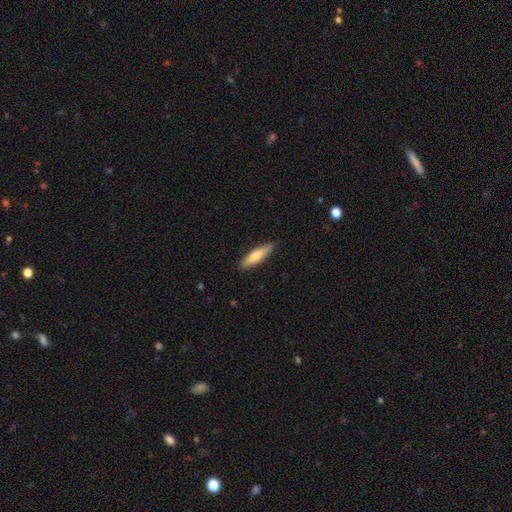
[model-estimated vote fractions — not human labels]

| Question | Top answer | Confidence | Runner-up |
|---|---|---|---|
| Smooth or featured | smooth | 72% | featured or disk (23%) |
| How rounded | cigar-shaped | 67% | in between (31%) |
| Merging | none | 86% | minor disturbance (11%) |